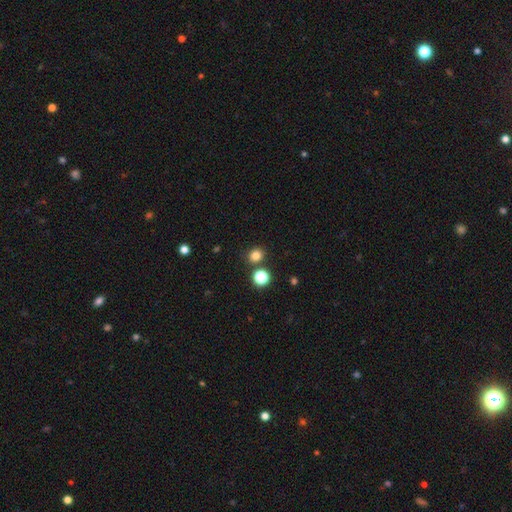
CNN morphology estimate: smooth_or_featured: smooth (p=0.80) [alt: star or artifact p=0.15]
how_rounded: round (p=0.80) [alt: in between p=0.19]
merging: none (p=0.82) [alt: minor disturbance p=0.08]